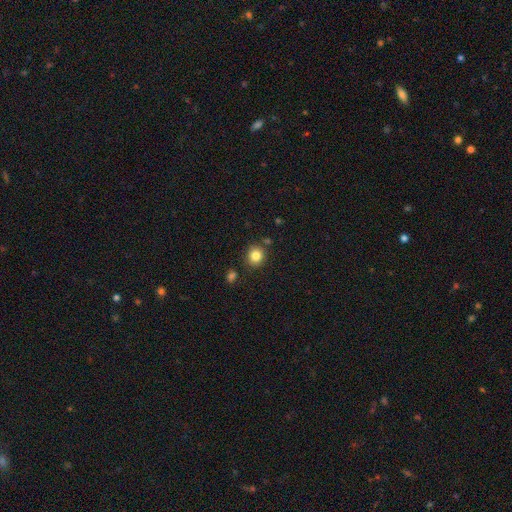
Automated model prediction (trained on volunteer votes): Smooth or featured? Predicted: smooth (p=0.84). How rounded? Predicted: round (p=0.85). Merging? Predicted: none (p=0.83).